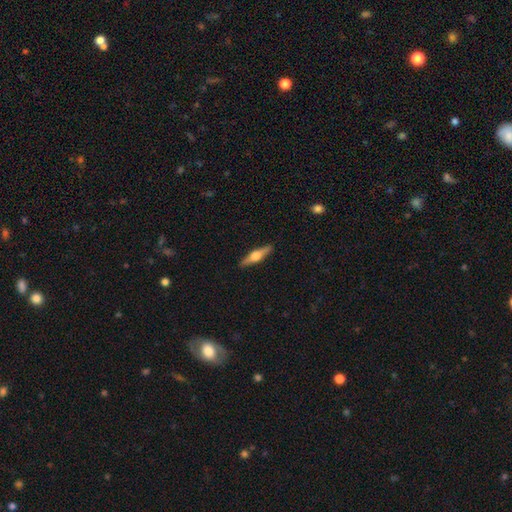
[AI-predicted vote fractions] A featured or disk galaxy (67%) viewed edge-on (97%) with a rounded central bulge (93%). Merging: none (90%).